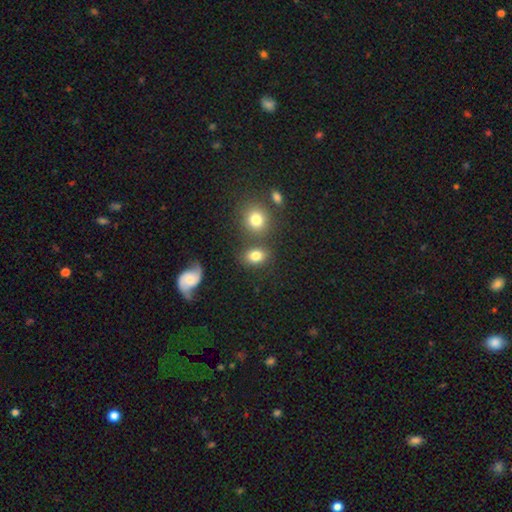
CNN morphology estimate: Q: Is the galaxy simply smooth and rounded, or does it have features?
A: smooth — 80%.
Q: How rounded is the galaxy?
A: in between — 60%.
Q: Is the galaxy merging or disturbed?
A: none — 68%.